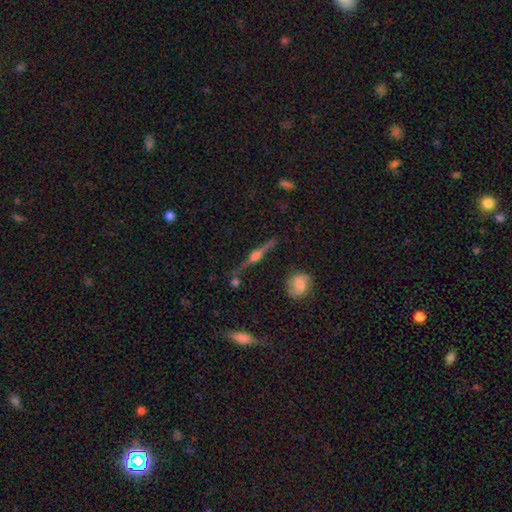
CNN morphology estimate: smooth_or_featured: featured or disk (p=0.83) [alt: smooth p=0.10]
disk_edge_on: yes (p=0.95) [alt: no p=0.05]
edge_on_bulge: rounded (p=0.88) [alt: boxy p=0.09]
merging: none (p=0.79) [alt: minor disturbance p=0.13]